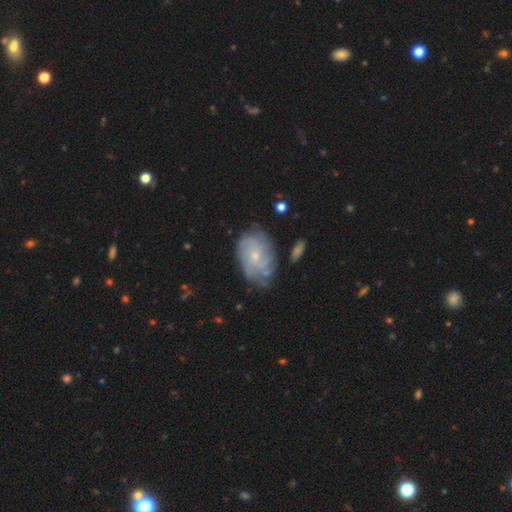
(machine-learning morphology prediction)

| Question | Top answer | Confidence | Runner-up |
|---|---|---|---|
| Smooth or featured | featured or disk | 72% | smooth (21%) |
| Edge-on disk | no | 96% | yes (4%) |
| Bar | no | 79% | weak (18%) |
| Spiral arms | yes | 85% | no (15%) |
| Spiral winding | tight | 59% | medium (28%) |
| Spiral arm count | can't tell | 51% | 4 (15%) |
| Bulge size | small | 72% | moderate (23%) |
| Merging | none | 66% | minor disturbance (23%) |